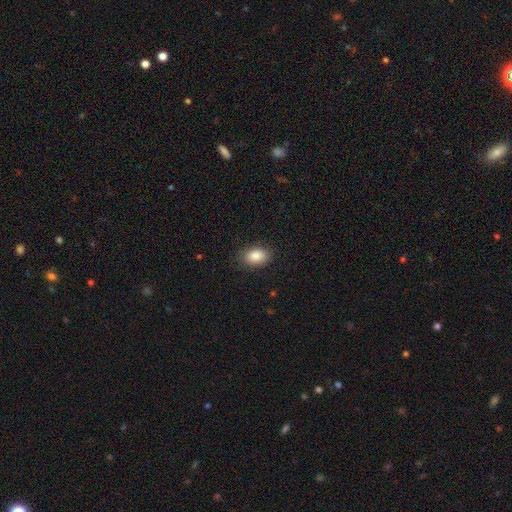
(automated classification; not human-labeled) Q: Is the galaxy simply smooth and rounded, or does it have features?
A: smooth — 87%.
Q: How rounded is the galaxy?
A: in between — 85%.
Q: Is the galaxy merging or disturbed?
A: none — 85%.